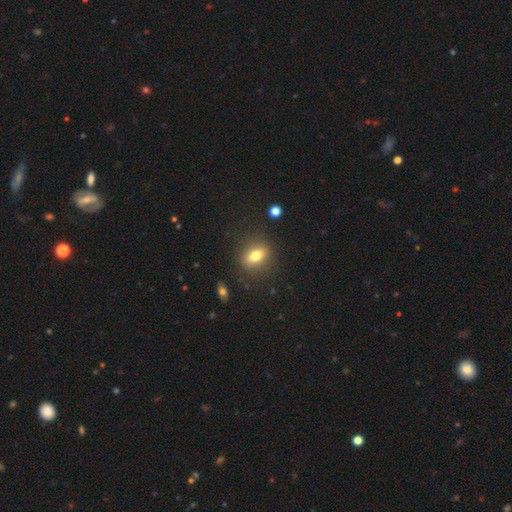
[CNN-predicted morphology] smooth 74%, featured or disk 15%, star or artifact 11%. Down the decision tree: how rounded — in between (59%); merging — none (85%).